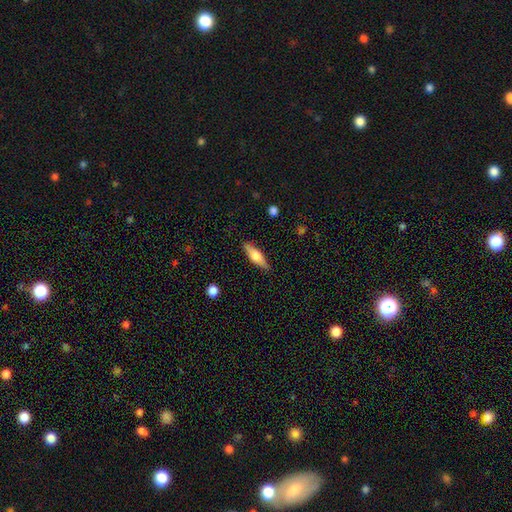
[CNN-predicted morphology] Smooth or featured? smooth (51%)
How rounded? cigar-shaped (57%)
Merging? none (88%)